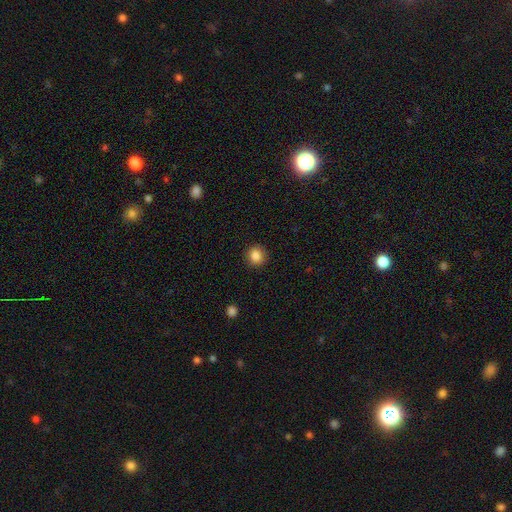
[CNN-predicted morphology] Smooth or featured?
  - smooth: 86% *
  - star or artifact: 10%
  - featured or disk: 4%
How rounded?
  - round: 84% *
  - in between: 15%
  - cigar-shaped: 1%
Merging?
  - none: 90% *
  - minor disturbance: 6%
  - major disturbance: 2%
  - merger: 1%